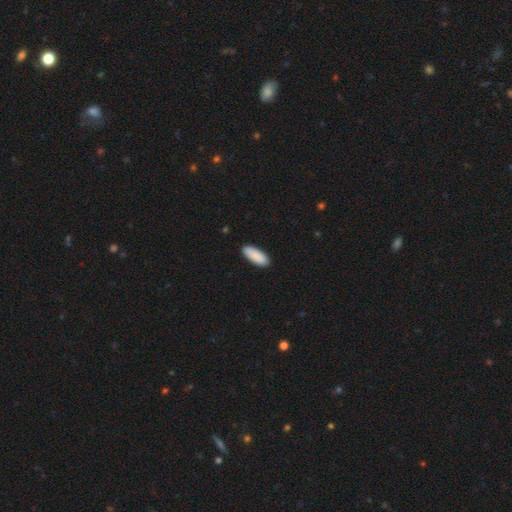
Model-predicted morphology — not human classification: The model was most divided on "how rounded": in between: 74%, cigar-shaped: 25%, round: 2%. More confident: smooth or featured — smooth (91%); merging — none (89%).